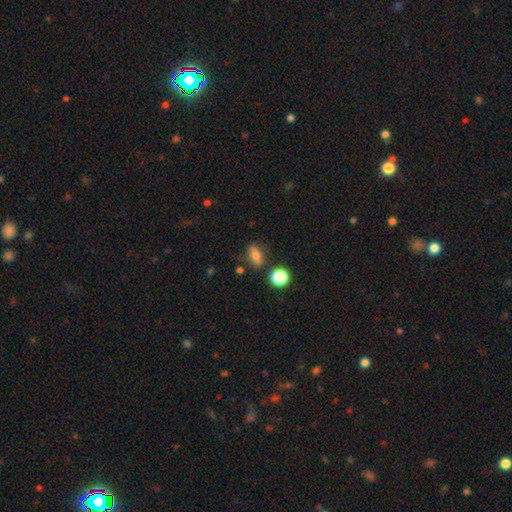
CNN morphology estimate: Smooth or featured? smooth (73%)
How rounded? in between (74%)
Merging? none (73%)